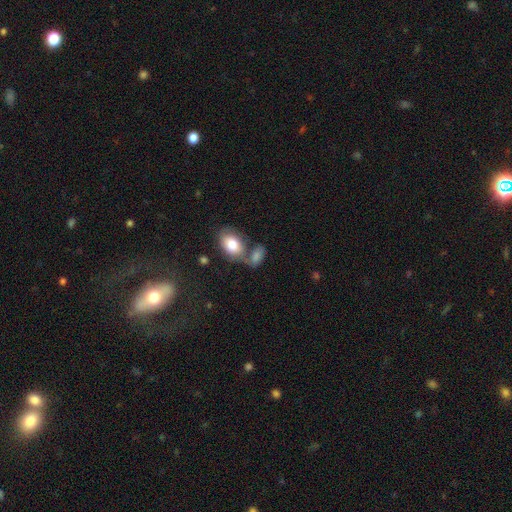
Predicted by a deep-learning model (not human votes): The model was most divided on "merging": none: 40%, merger: 39%, minor disturbance: 14%, major disturbance: 7%. More confident: how rounded — in between (83%); smooth or featured — smooth (71%).